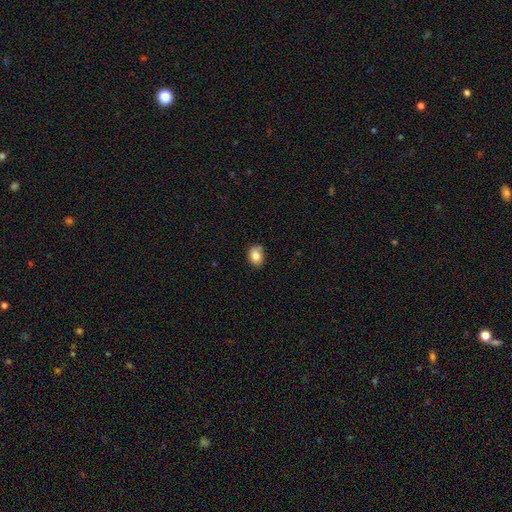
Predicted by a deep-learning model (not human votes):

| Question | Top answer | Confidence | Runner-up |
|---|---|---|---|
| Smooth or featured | smooth | 84% | star or artifact (9%) |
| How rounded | in between | 67% | round (32%) |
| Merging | none | 76% | minor disturbance (17%) |